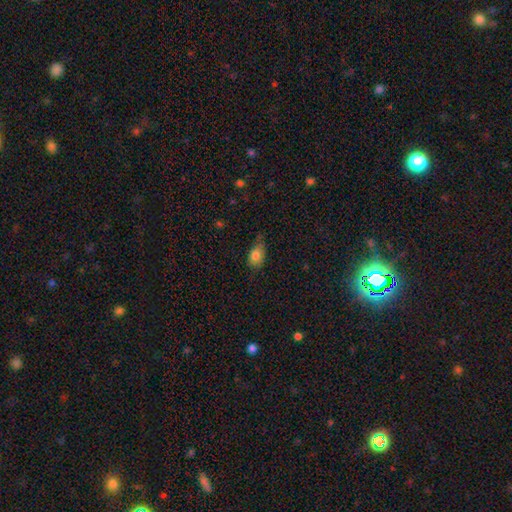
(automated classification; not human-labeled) Smooth or featured: smooth — 81% (featured or disk — 10%)
How rounded: in between — 83% (round — 13%)
Merging: none — 58% (minor disturbance — 33%)